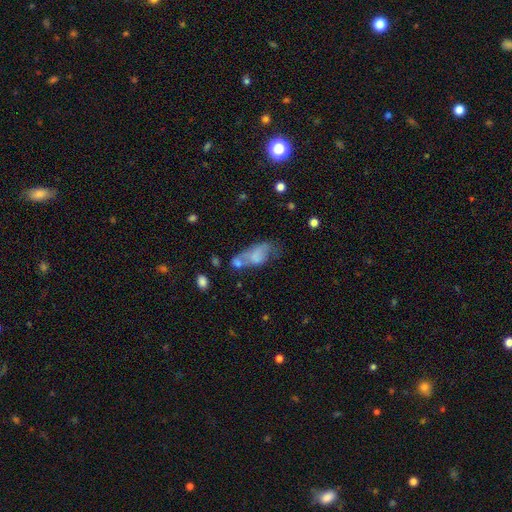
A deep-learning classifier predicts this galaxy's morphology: Q: Smooth or featured?
A: smooth (56%); runner-up: featured or disk (33%)
Q: How rounded?
A: in between (84%); runner-up: cigar-shaped (12%)
Q: Merging?
A: merger (29%); runner-up: major disturbance (27%)